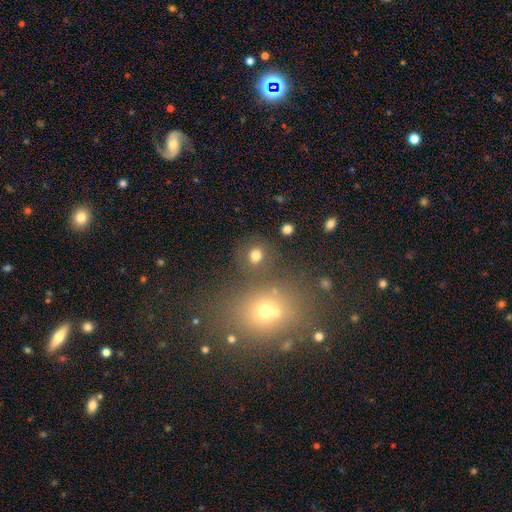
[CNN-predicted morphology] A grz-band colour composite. It shows a smooth galaxy with no disk features (74%) that is round (80%). Merging: none (74%).